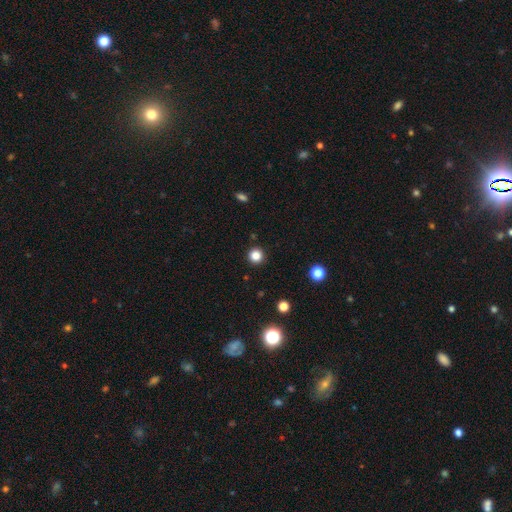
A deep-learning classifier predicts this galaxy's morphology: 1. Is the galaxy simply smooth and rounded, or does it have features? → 84% smooth, 13% star or artifact, 3% featured or disk.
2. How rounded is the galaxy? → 96% round, 3% in between, 1% cigar-shaped.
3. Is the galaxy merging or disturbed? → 92% none, 5% minor disturbance, 2% major disturbance, 1% merger.